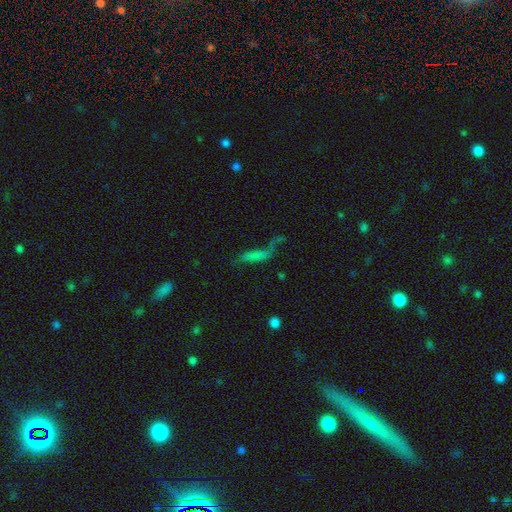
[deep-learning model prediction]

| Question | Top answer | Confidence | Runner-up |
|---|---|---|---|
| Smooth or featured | smooth | 62% | featured or disk (24%) |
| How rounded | cigar-shaped | 66% | in between (29%) |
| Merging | none | 33% | major disturbance (31%) |